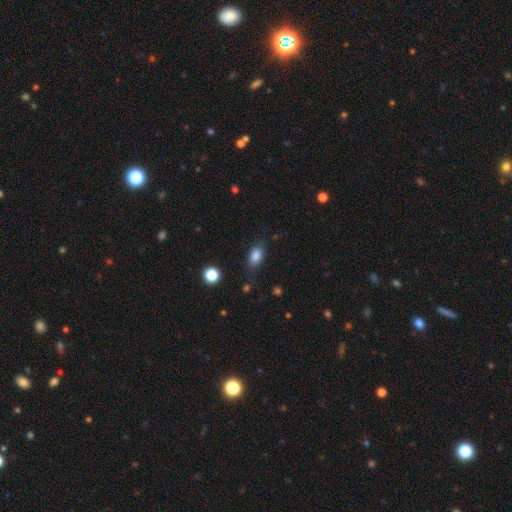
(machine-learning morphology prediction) Smooth or featured? Predicted: smooth (p=0.83). How rounded? Predicted: in between (p=0.85). Merging? Predicted: none (p=0.76).